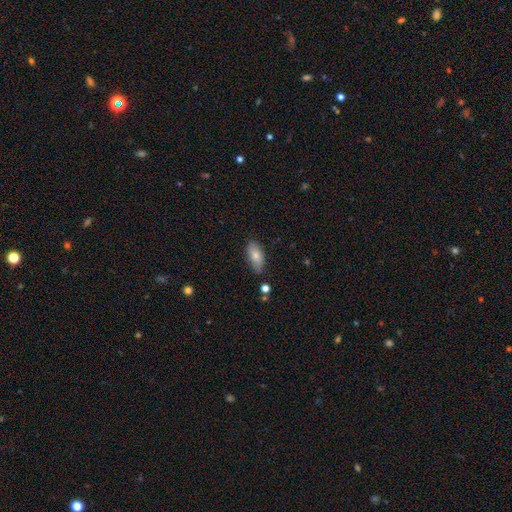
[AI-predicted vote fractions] Overall: smooth (77%). How rounded: in between (88%). Merging: none (77%).